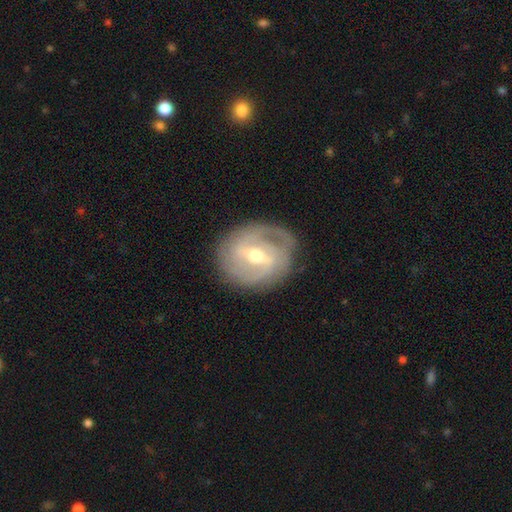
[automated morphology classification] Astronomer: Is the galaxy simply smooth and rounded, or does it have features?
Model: featured or disk — 82%.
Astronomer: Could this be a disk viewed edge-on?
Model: no — 96%.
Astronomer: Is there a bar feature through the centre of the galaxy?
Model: weak — 45% (runner-up: strong, 41%).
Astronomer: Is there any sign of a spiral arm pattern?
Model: yes — 86%.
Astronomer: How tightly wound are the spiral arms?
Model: tight — 50% (runner-up: medium, 36%).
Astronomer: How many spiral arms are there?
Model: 2 — 55%.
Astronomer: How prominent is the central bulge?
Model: moderate — 68%.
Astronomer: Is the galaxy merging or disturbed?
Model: none — 78%.